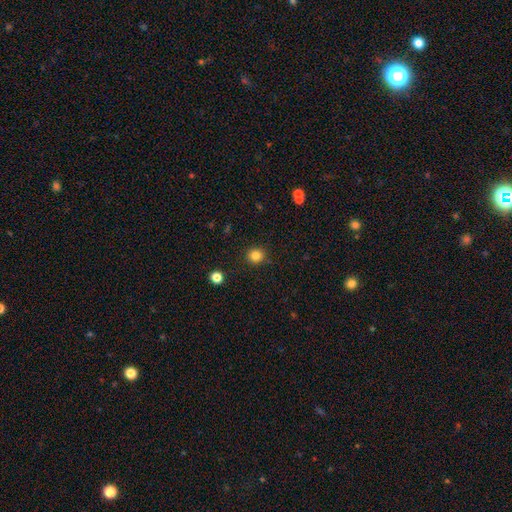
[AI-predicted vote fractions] A smooth galaxy with no disk features (83%) that is round (91%). Merging: none (90%).